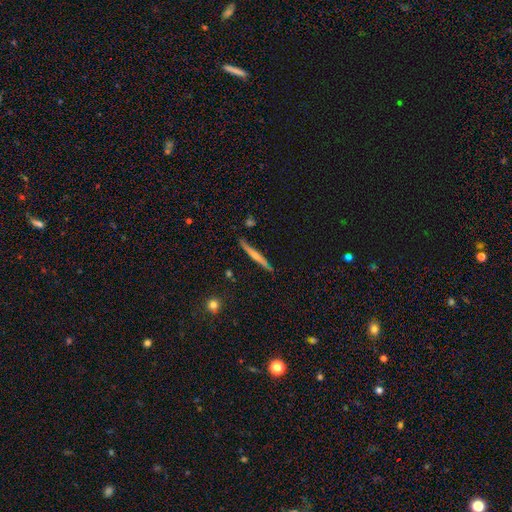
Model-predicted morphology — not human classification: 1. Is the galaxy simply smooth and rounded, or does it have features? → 61% featured or disk, 33% smooth, 6% star or artifact.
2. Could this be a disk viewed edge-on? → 97% yes, 3% no.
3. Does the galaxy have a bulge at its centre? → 65% rounded, 27% none, 8% boxy.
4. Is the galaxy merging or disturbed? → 85% none, 11% minor disturbance, 2% merger, 2% major disturbance.